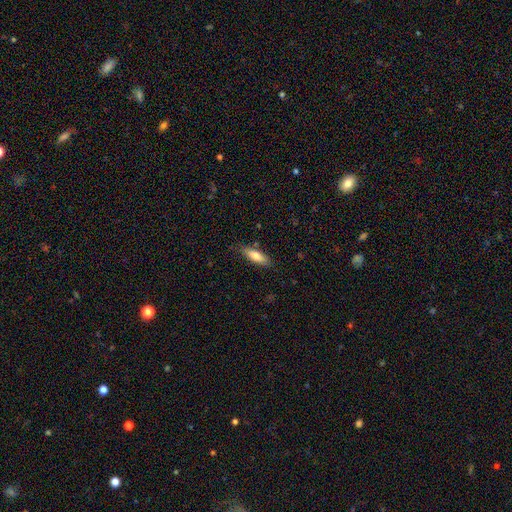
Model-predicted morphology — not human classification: smooth_or_featured: smooth (p=0.73) [alt: featured or disk p=0.21]
how_rounded: in between (p=0.49) [tied with: cigar-shaped p=0.49]
merging: none (p=0.84) [alt: minor disturbance p=0.12]